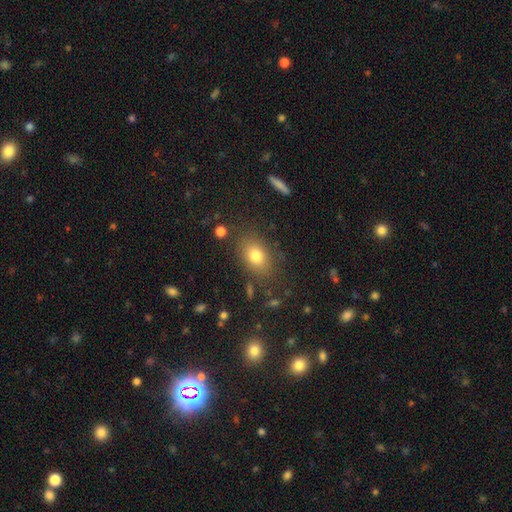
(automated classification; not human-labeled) smooth_or_featured: smooth (p=0.77) [alt: star or artifact p=0.12]
how_rounded: in between (p=0.75) [alt: round p=0.23]
merging: none (p=0.81) [alt: minor disturbance p=0.12]